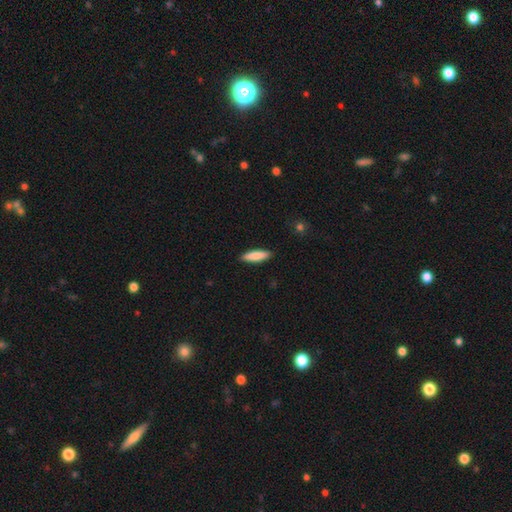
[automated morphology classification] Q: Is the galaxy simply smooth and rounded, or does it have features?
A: smooth — 86%.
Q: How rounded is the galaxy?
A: cigar-shaped — 68%.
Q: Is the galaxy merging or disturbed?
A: none — 90%.